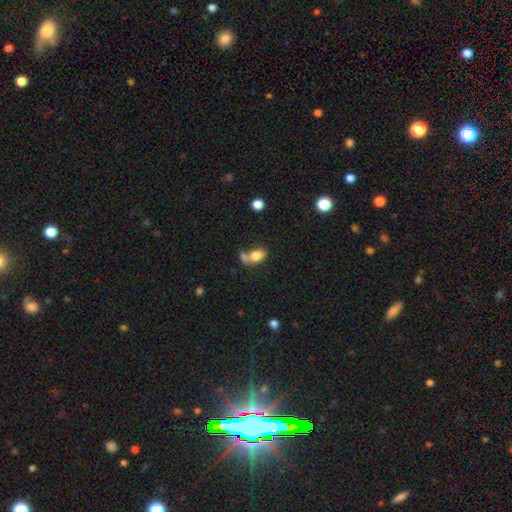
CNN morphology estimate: A smooth galaxy with no disk features (80%) that is in between round and cigar-shaped (84%). Merging: merger (44%).